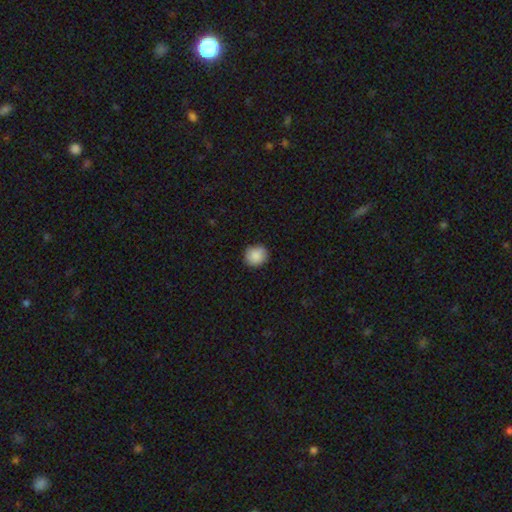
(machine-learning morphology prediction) Q: Smooth or featured?
A: smooth (88%); runner-up: star or artifact (8%)
Q: How rounded?
A: round (86%); runner-up: in between (13%)
Q: Merging?
A: none (87%); runner-up: minor disturbance (10%)